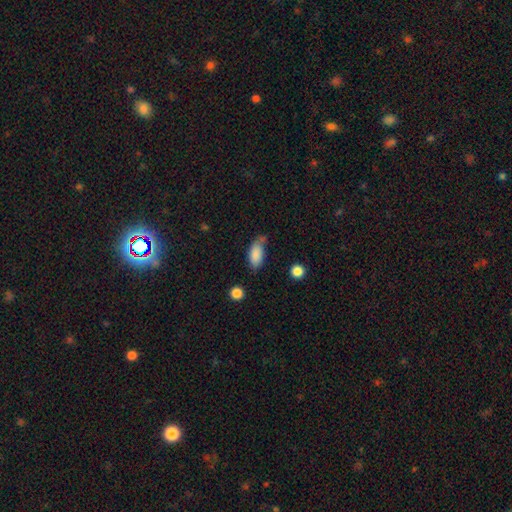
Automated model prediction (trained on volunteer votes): Smooth or featured?
  - smooth: 87% *
  - star or artifact: 7%
  - featured or disk: 6%
How rounded?
  - in between: 91% *
  - cigar-shaped: 6%
  - round: 3%
Merging?
  - none: 56% *
  - minor disturbance: 28%
  - merger: 9%
  - major disturbance: 7%